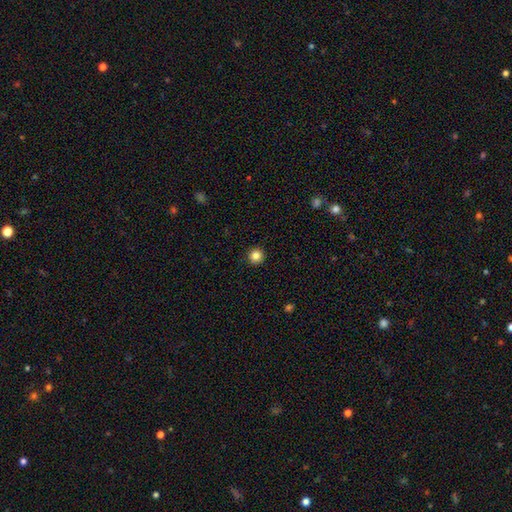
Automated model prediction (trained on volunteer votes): Morphology: type=smooth (84%); roundness=round (96%); merging=none (93%).